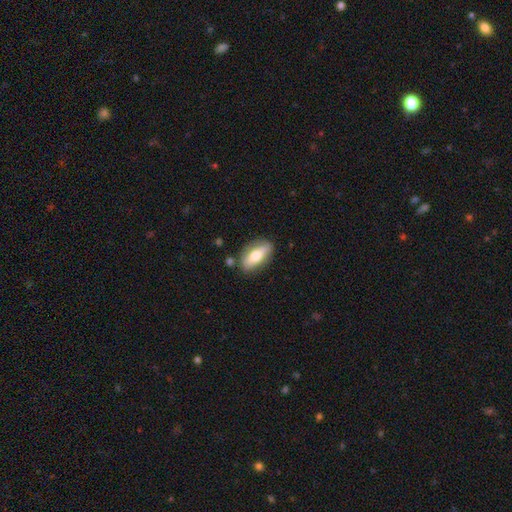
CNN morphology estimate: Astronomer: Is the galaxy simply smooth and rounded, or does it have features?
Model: smooth — 59% (runner-up: featured or disk, 35%).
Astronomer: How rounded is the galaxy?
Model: in between — 76%.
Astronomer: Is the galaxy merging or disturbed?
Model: none — 81%.